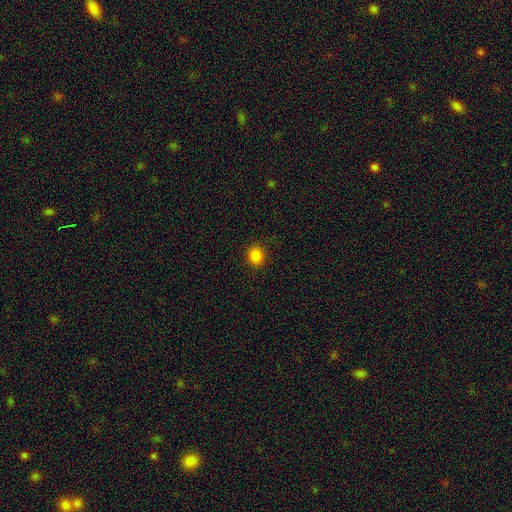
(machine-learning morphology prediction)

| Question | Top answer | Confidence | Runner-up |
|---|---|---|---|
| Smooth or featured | smooth | 85% | star or artifact (12%) |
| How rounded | round | 73% | in between (26%) |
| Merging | none | 90% | minor disturbance (6%) |